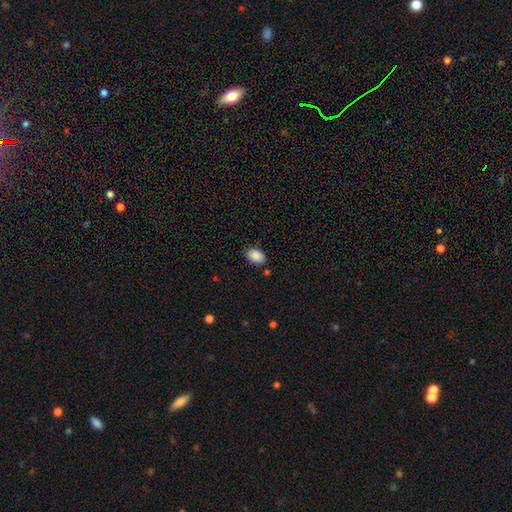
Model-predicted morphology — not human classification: The model was most divided on "how rounded": in between: 85%, round: 14%, cigar-shaped: 1%. More confident: smooth or featured — smooth (89%); merging — none (84%).